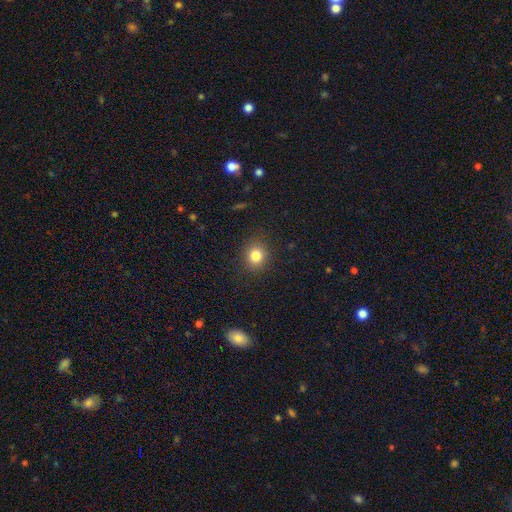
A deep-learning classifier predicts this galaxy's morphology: This appears to be a smooth galaxy with no disk features (82%) that is round (75%). Merging: none (88%).